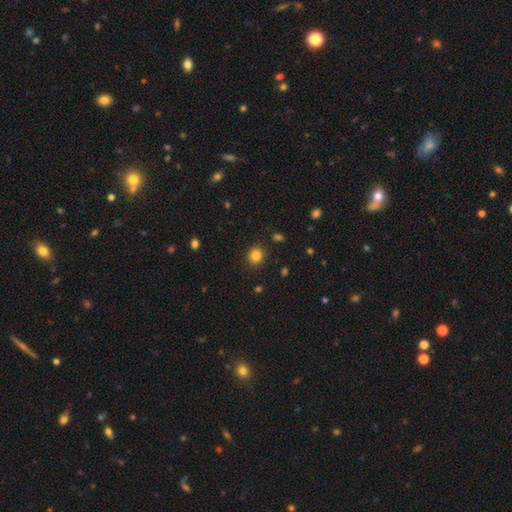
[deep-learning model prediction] Q: Smooth or featured?
A: smooth (83%); runner-up: star or artifact (12%)
Q: How rounded?
A: round (77%); runner-up: in between (22%)
Q: Merging?
A: none (89%); runner-up: minor disturbance (7%)